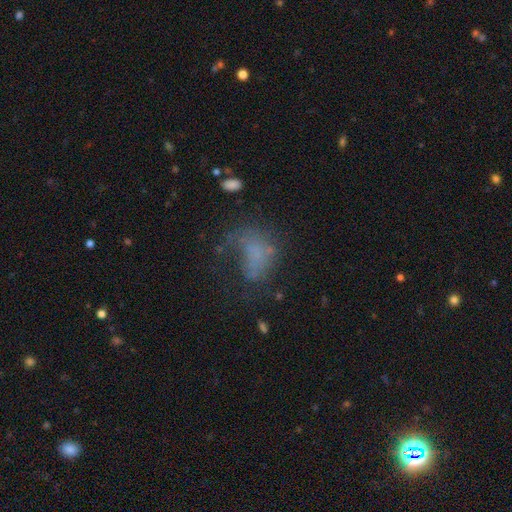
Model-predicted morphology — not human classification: smooth-or-featured: smooth: 49% | featured or disk: 30% | star or artifact: 21%
  merging: major disturbance: 44% | none: 31% | minor disturbance: 20% | merger: 6%